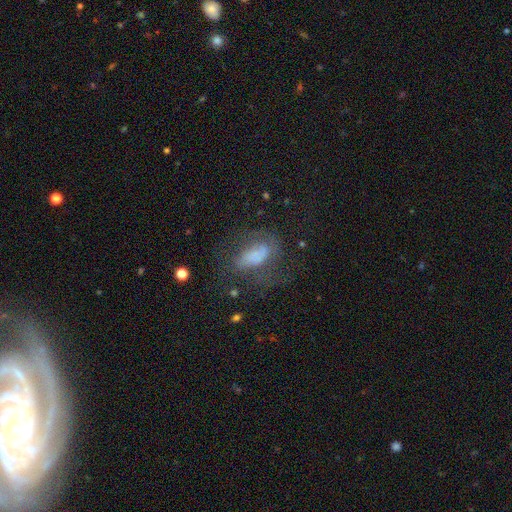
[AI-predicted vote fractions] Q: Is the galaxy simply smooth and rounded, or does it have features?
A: smooth — 44%.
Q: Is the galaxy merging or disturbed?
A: none — 45%.